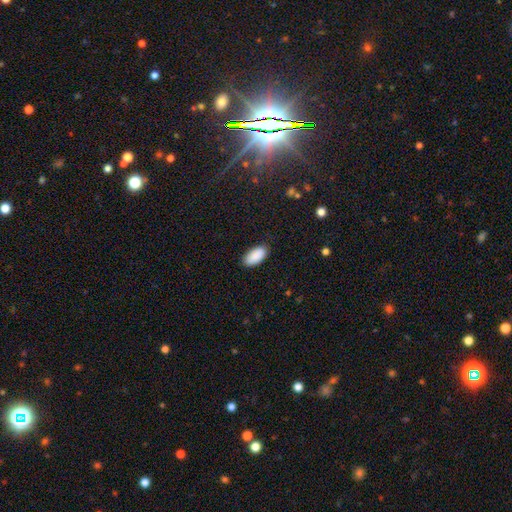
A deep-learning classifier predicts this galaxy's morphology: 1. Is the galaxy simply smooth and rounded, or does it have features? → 91% smooth, 6% star or artifact, 3% featured or disk.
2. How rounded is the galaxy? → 94% in between, 4% cigar-shaped, 2% round.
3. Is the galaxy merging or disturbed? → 87% none, 10% minor disturbance, 2% major disturbance, 1% merger.